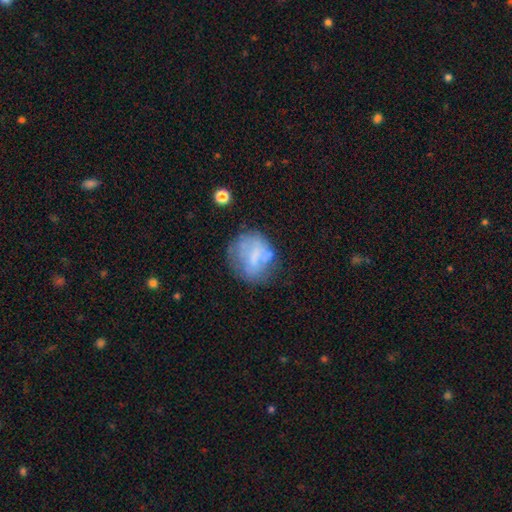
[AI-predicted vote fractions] Smooth or featured? smooth (45%)
Merging? none (51%)